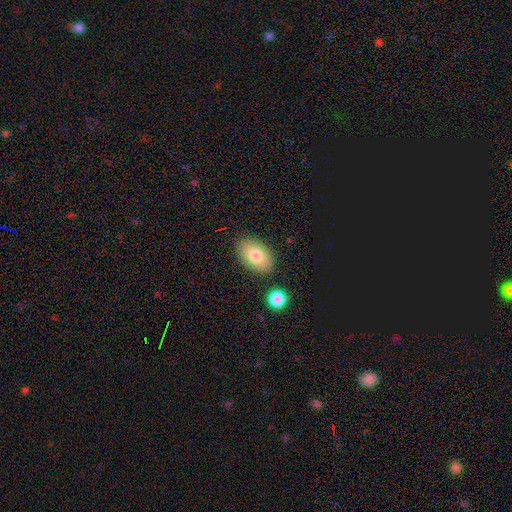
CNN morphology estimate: Overall: smooth (80%). How rounded: in between (92%). Merging: none (83%).